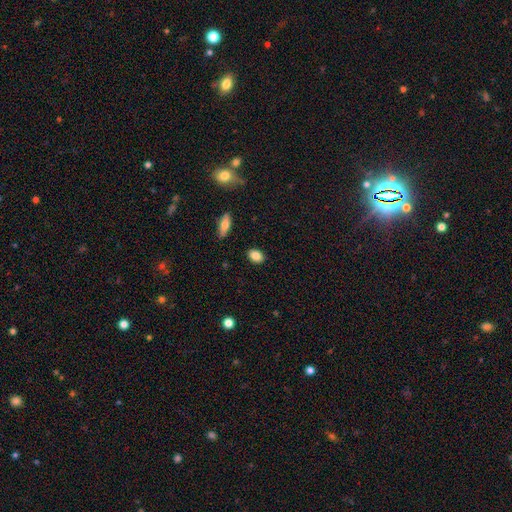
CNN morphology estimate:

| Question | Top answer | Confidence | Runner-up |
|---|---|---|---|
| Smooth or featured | smooth | 86% | star or artifact (8%) |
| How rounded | in between | 78% | round (20%) |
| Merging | none | 88% | minor disturbance (9%) |